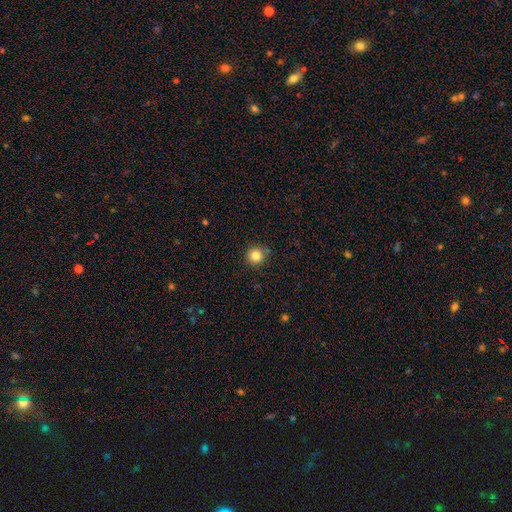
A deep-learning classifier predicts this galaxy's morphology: Smooth or featured? smooth (84%)
How rounded? round (94%)
Merging? none (86%)